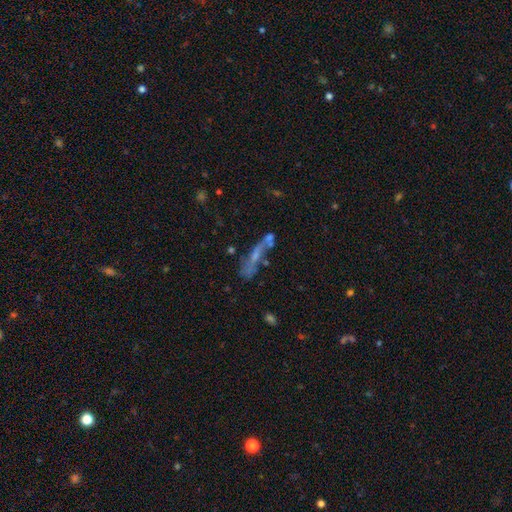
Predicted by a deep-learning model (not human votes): smooth_or_featured: featured or disk (p=0.49) [alt: smooth p=0.35]
merging: none (p=0.40) [alt: merger p=0.23]